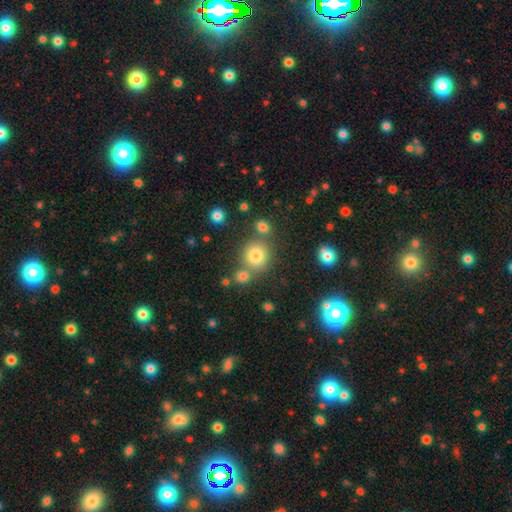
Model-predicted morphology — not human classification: Smooth or featured?
  - smooth: 77% *
  - star or artifact: 14%
  - featured or disk: 9%
How rounded?
  - round: 88% *
  - in between: 11%
  - cigar-shaped: 1%
Merging?
  - none: 70% *
  - merger: 17%
  - minor disturbance: 10%
  - major disturbance: 4%